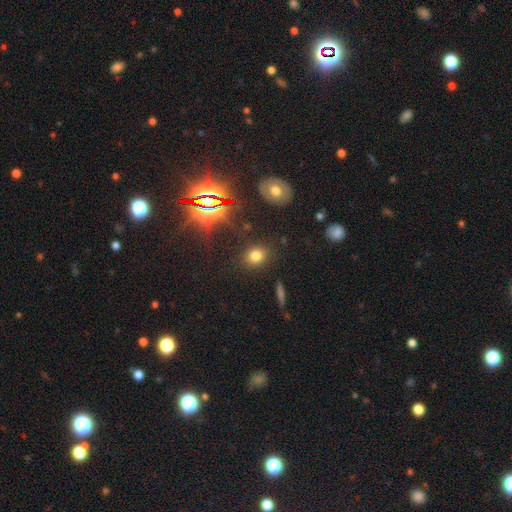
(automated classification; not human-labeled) Smooth or featured?
  - smooth: 73% *
  - star or artifact: 19%
  - featured or disk: 8%
How rounded?
  - round: 59% *
  - in between: 40%
  - cigar-shaped: 2%
Merging?
  - none: 86% *
  - minor disturbance: 9%
  - major disturbance: 3%
  - merger: 2%